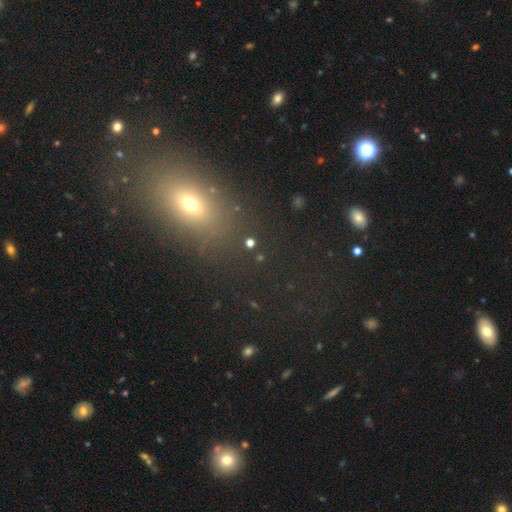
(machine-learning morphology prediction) type=smooth (59%); roundness=in between (71%); merging=none (76%).